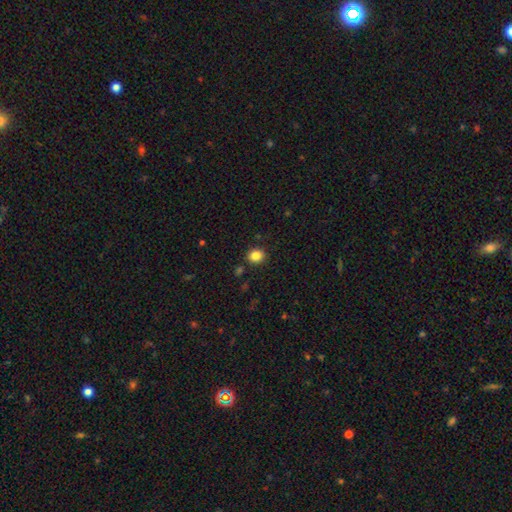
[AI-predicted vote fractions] Smooth or featured? smooth (85%)
How rounded? round (74%)
Merging? none (88%)